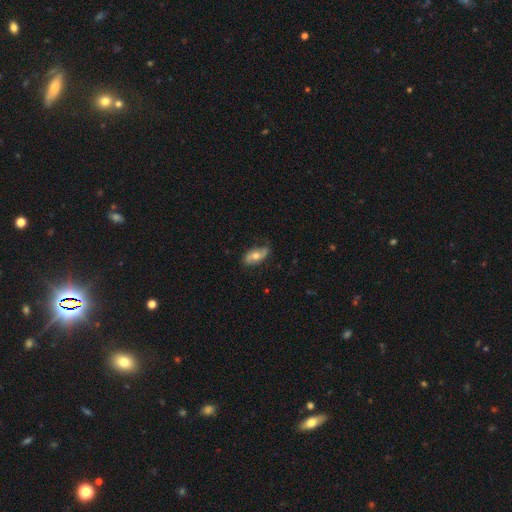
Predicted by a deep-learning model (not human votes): A featured or disk galaxy (51%). Merging: none (72%).